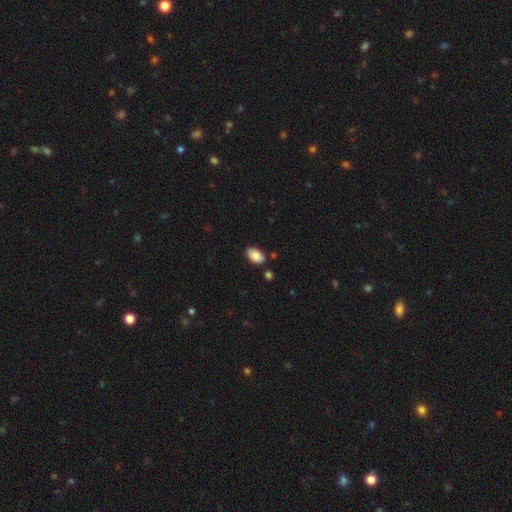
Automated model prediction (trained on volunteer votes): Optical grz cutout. It shows a smooth galaxy with no disk features (85%) that is in between round and cigar-shaped (93%). Merging: none (83%).